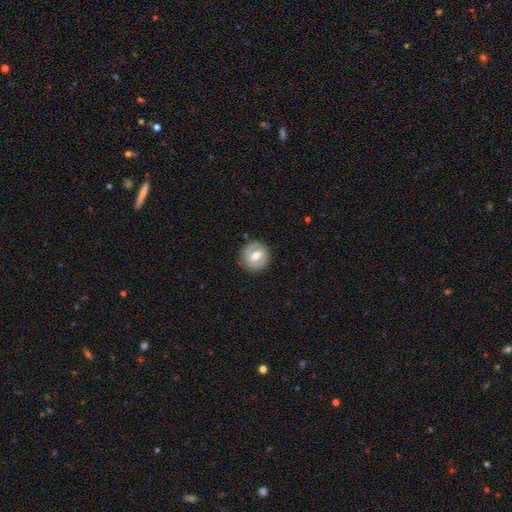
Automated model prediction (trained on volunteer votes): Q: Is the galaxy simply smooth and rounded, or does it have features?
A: smooth — 48%.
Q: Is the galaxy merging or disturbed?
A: none — 86%.